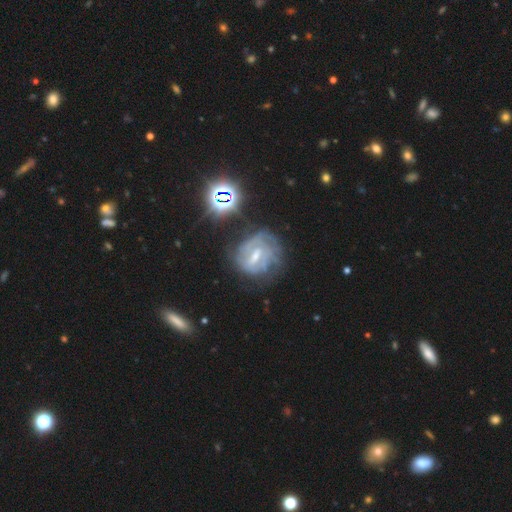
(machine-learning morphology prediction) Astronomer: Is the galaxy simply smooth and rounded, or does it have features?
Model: featured or disk — 75%.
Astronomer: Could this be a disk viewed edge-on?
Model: no — 97%.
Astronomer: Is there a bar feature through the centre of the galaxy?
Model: weak — 50% (runner-up: strong, 36%).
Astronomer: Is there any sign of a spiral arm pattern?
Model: yes — 83%.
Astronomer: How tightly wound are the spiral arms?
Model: tight — 59%.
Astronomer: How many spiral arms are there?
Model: can't tell — 49% (runner-up: 2, 24%).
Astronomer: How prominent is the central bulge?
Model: small — 44% (runner-up: moderate, 40%).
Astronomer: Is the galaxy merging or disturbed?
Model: none — 53%.